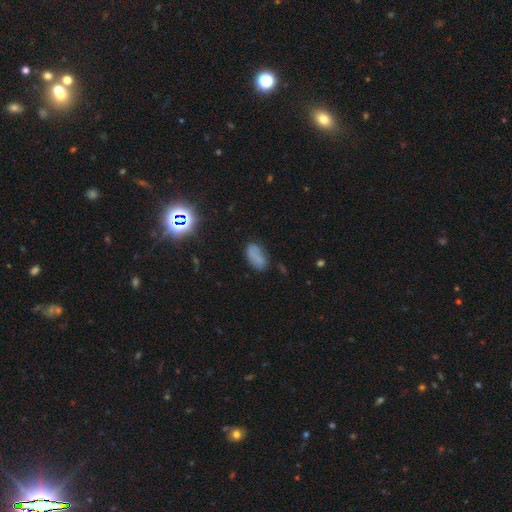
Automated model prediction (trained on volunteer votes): Smooth or featured? Predicted: smooth (p=0.73). How rounded? Predicted: in between (p=0.92). Merging? Predicted: none (p=0.67).